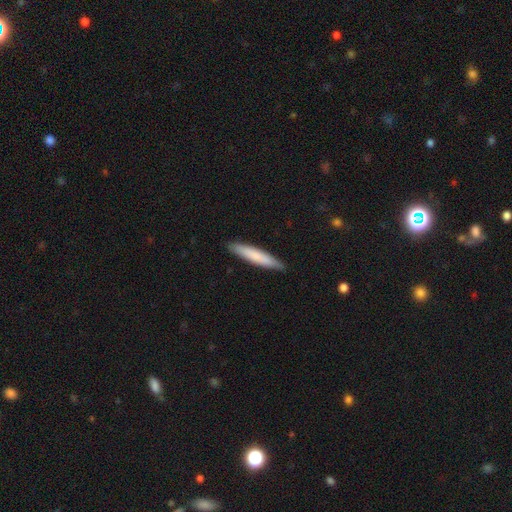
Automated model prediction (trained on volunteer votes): Overall: smooth (75%). How rounded: cigar-shaped (91%). Merging: none (89%).